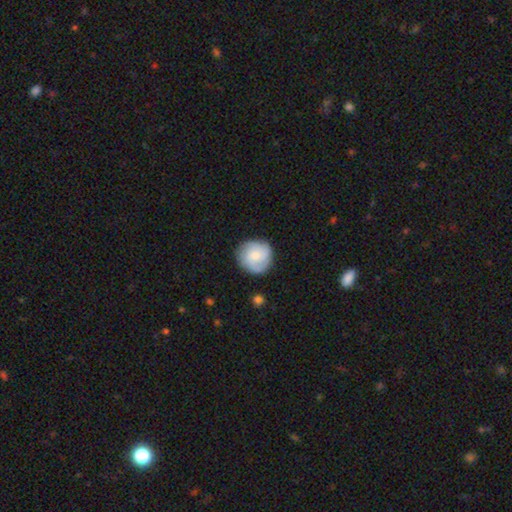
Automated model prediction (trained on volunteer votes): Smooth or featured?
  - featured or disk: 48% *
  - smooth: 46%
  - star or artifact: 6%
Merging?
  - none: 82% *
  - minor disturbance: 13%
  - major disturbance: 4%
  - merger: 2%